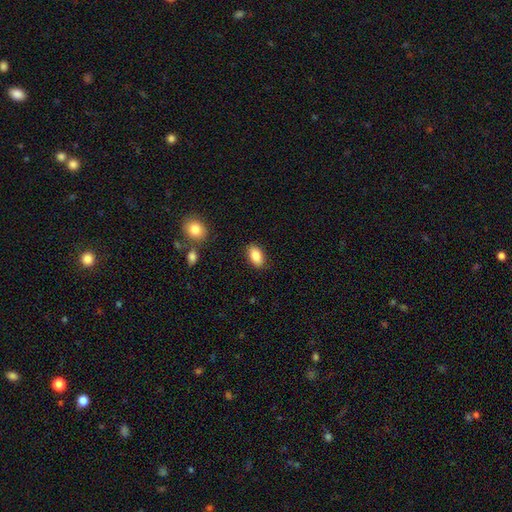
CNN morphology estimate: Smooth or featured? Predicted: smooth (p=0.86). How rounded? Predicted: in between (p=0.91). Merging? Predicted: none (p=0.87).